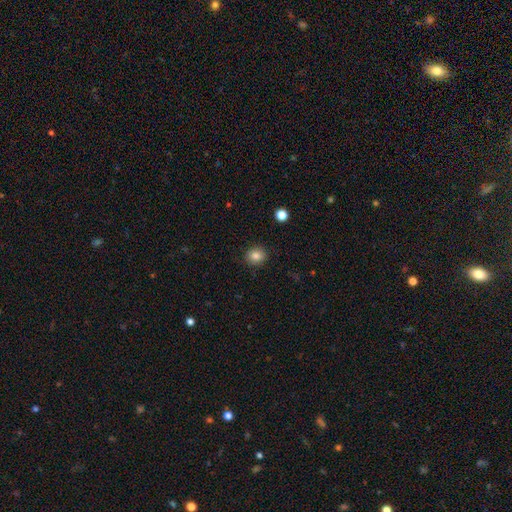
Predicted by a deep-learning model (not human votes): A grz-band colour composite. It shows a smooth galaxy with no disk features (84%) that is round (77%). Merging: none (89%).